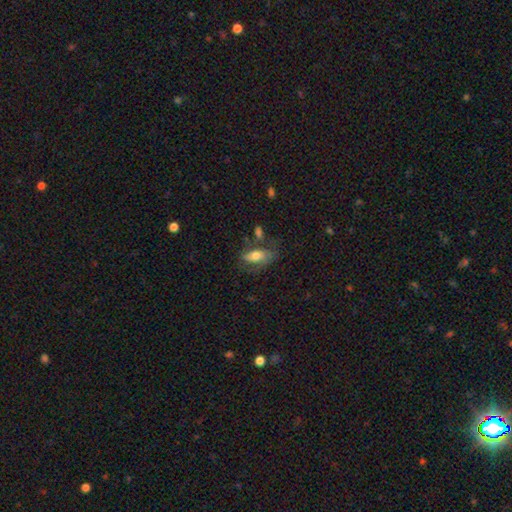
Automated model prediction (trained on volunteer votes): This is possibly a smooth galaxy (59%). How rounded: clearly in between (85%). Merging: possibly none (49%).